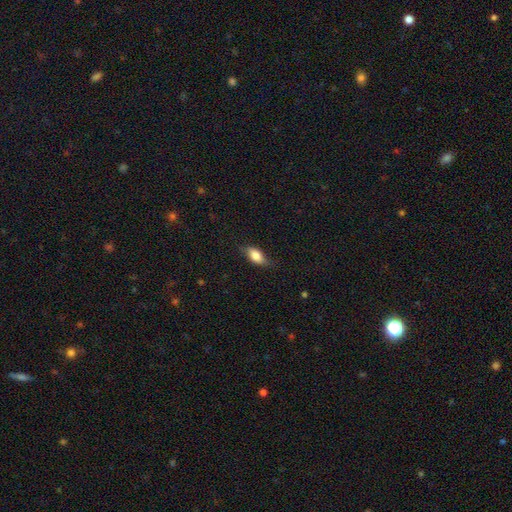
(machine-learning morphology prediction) This appears to be a smooth galaxy with no disk features (77%) that is in between round and cigar-shaped (84%). Merging: none (72%).